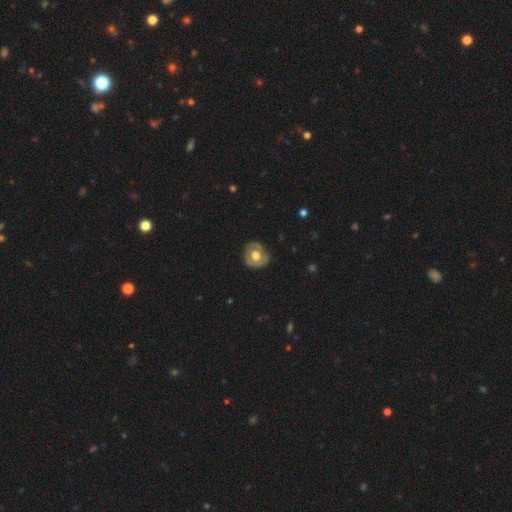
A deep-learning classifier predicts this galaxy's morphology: Smooth or featured: featured or disk — 54% (smooth — 40%)
Edge-on disk: no — 95% (yes — 5%)
Bar: no — 79% (weak — 17%)
Spiral arms: no — 62% (yes — 38%)
Bulge size: moderate — 58% (large — 36%)
Merging: none — 76% (minor disturbance — 18%)